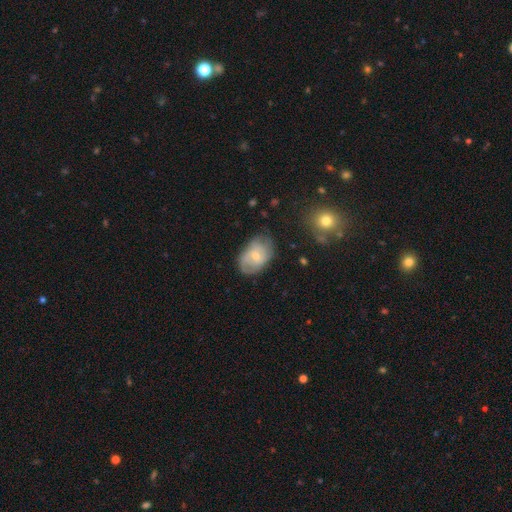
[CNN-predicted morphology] A featured or disk galaxy (50%). Merging: none (61%).